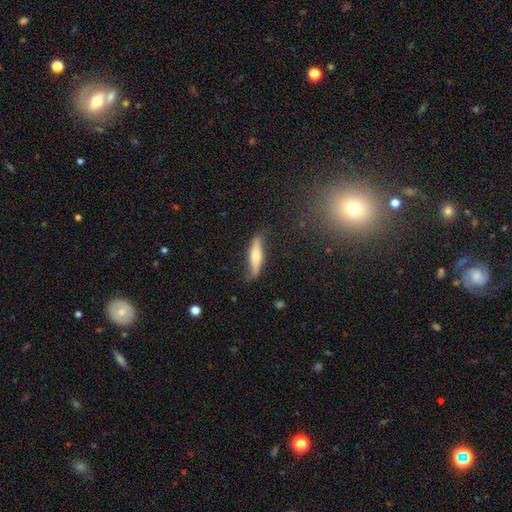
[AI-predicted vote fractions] Smooth or featured?
  - smooth: 58% *
  - featured or disk: 37%
  - star or artifact: 6%
How rounded?
  - cigar-shaped: 76% *
  - in between: 22%
  - round: 2%
Merging?
  - none: 77% *
  - minor disturbance: 18%
  - major disturbance: 4%
  - merger: 2%